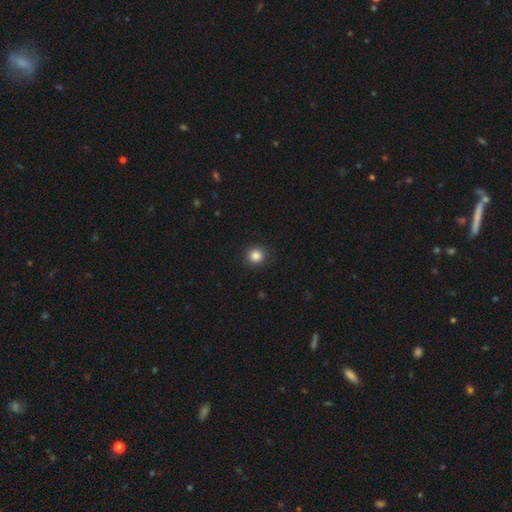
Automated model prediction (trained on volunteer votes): Smooth or featured: smooth — 85% (star or artifact — 11%)
How rounded: round — 90% (in between — 9%)
Merging: none — 90% (minor disturbance — 7%)